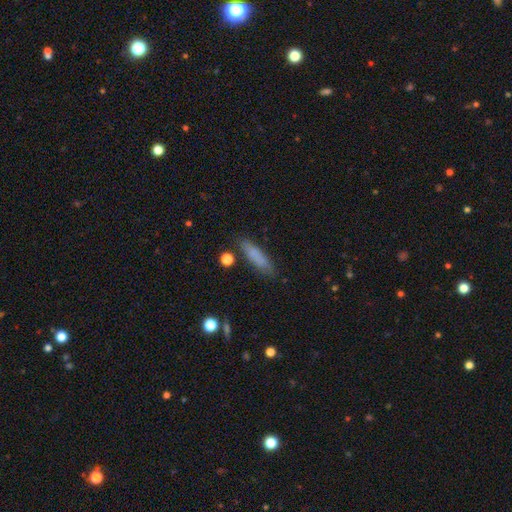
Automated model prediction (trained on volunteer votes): smooth-or-featured: smooth: 78% | featured or disk: 14% | star or artifact: 9%
  how-rounded: cigar-shaped: 73% | in between: 25% | round: 2%
  merging: none: 82% | minor disturbance: 12% | major disturbance: 3% | merger: 2%